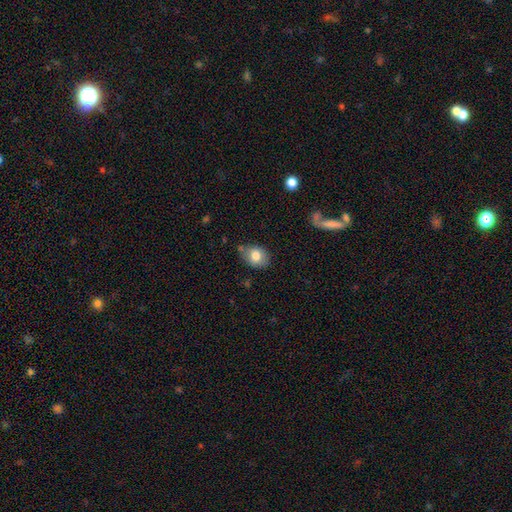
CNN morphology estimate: smooth 79%, featured or disk 12%, star or artifact 9%. Down the decision tree: how rounded — in between (58%); merging — none (67%).